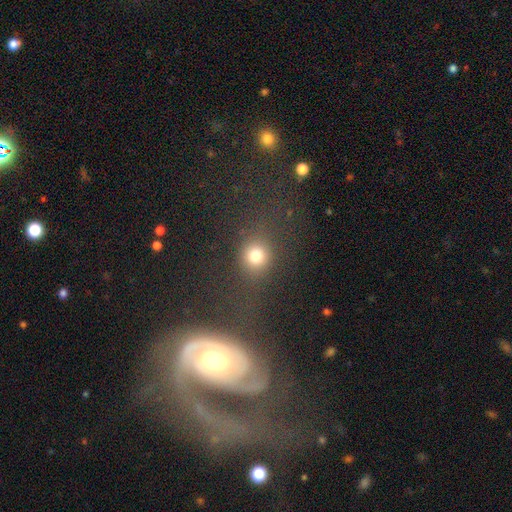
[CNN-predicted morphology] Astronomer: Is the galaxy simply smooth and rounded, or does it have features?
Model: smooth — 74%.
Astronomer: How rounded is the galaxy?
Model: round — 75%.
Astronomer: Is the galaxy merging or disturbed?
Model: none — 71%.